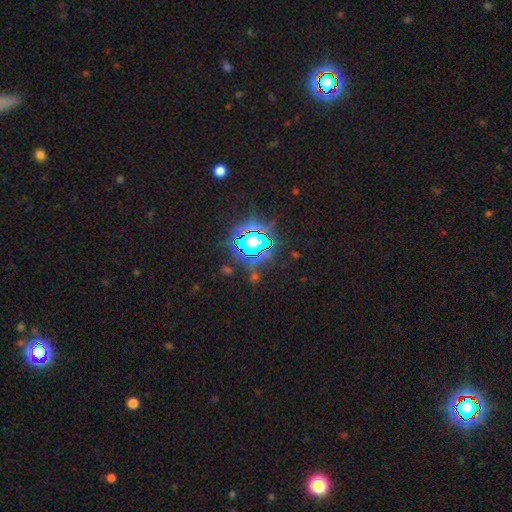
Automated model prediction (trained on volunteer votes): This appears to be a star or artifact, not a galaxy (80%).